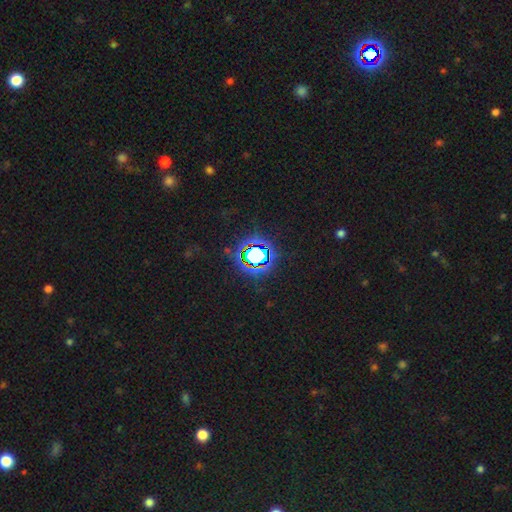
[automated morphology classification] Smooth or featured? Predicted: star or artifact (p=0.73).